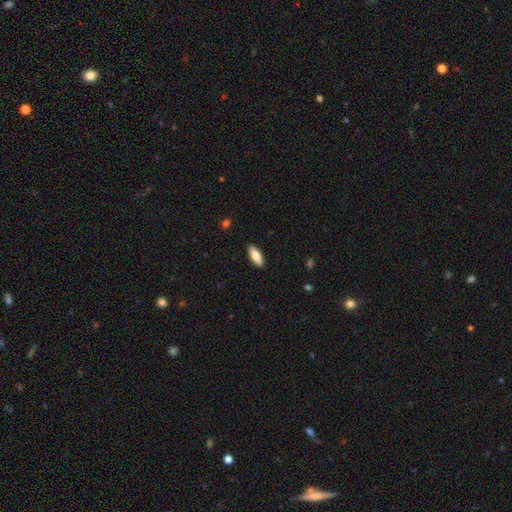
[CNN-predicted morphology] Smooth or featured? Predicted: smooth (p=0.80). How rounded? Predicted: in between (p=0.69). Merging? Predicted: none (p=0.90).